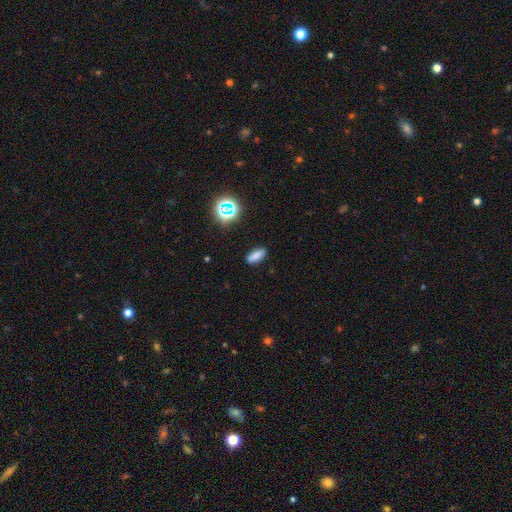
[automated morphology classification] smooth 76%, star or artifact 15%, featured or disk 9%. Down the decision tree: how rounded — in between (66%); merging — none (87%).